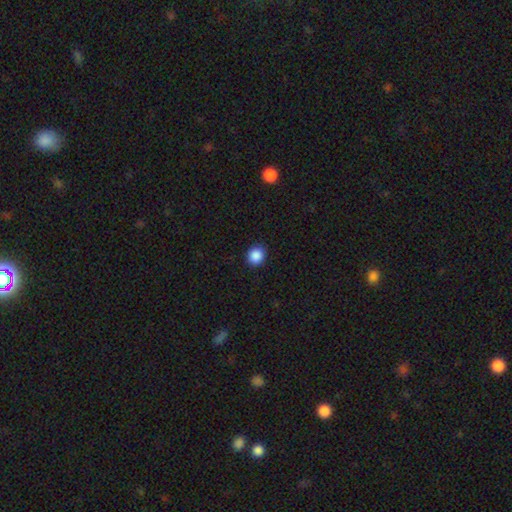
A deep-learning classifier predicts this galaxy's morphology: A smooth galaxy with no disk features (88%) that is round (84%). Merging: none (90%).